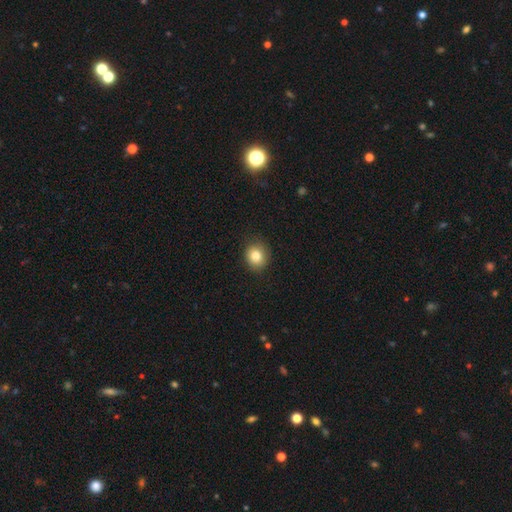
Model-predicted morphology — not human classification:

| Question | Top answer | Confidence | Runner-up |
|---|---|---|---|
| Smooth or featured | smooth | 83% | star or artifact (10%) |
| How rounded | round | 76% | in between (23%) |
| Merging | none | 87% | minor disturbance (10%) |